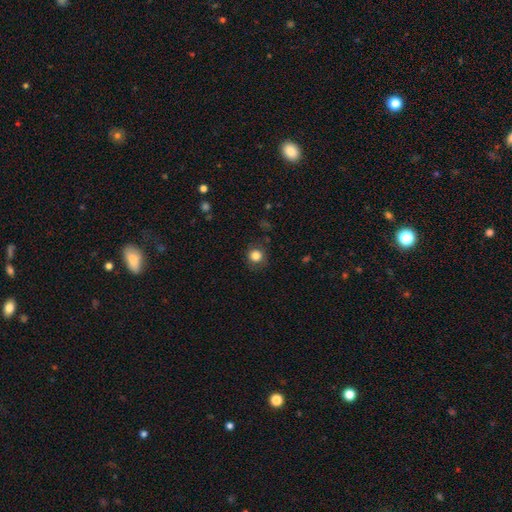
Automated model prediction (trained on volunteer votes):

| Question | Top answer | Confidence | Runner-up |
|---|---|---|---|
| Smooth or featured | smooth | 83% | star or artifact (11%) |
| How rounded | round | 91% | in between (8%) |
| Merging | none | 84% | minor disturbance (11%) |